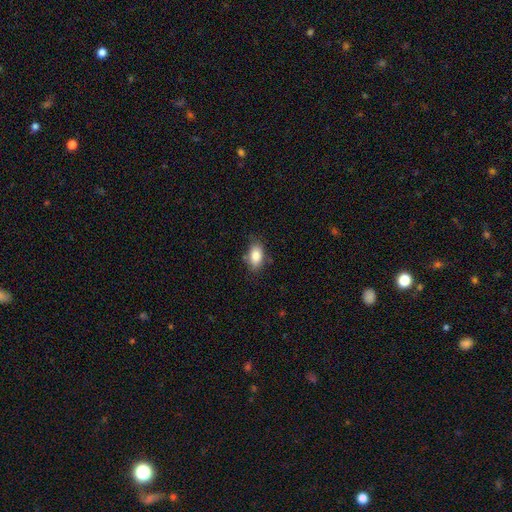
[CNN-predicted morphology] The model was most divided on "merging": none: 76%, minor disturbance: 17%, major disturbance: 4%, merger: 3%. More confident: how rounded — in between (90%); smooth or featured — smooth (85%).